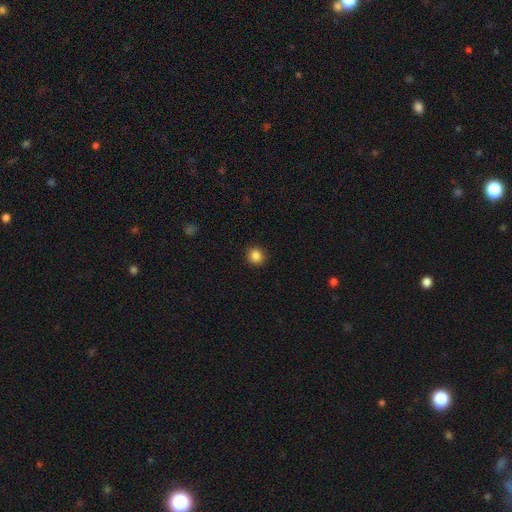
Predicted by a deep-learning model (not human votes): Overall: smooth (86%). How rounded: round (89%). Merging: none (91%).